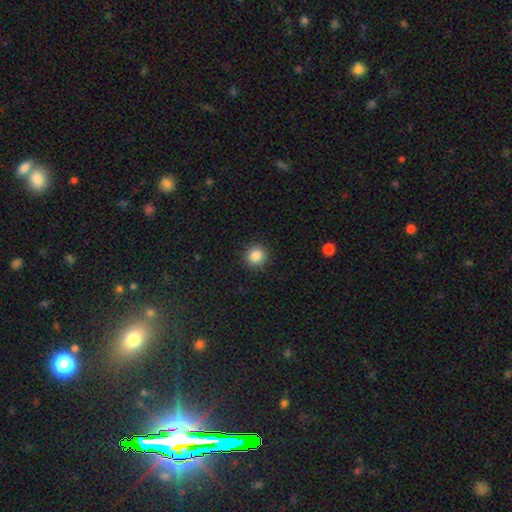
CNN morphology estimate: A smooth galaxy with no disk features (86%) that is round (93%). Merging: none (91%).